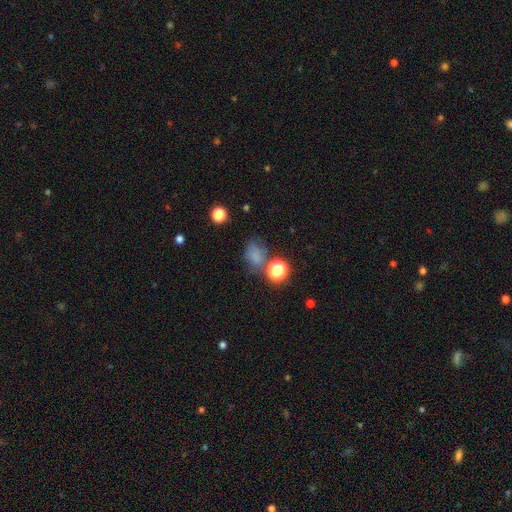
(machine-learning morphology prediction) Smooth or featured?
  - smooth: 67% *
  - star or artifact: 23%
  - featured or disk: 10%
How rounded?
  - in between: 56% *
  - round: 43%
  - cigar-shaped: 1%
Merging?
  - none: 52% *
  - minor disturbance: 23%
  - major disturbance: 14%
  - merger: 12%